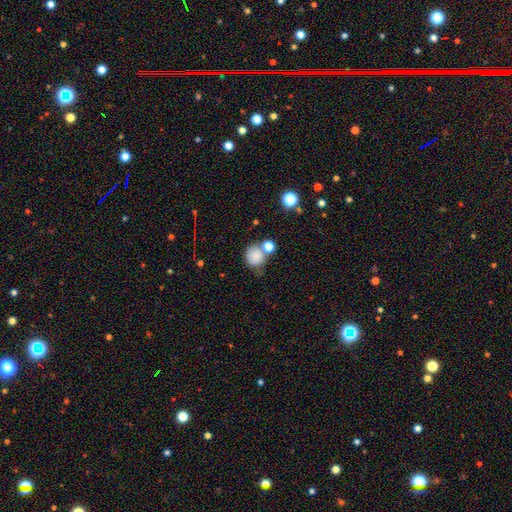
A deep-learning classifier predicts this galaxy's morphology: A smooth galaxy with no disk features (82%) that is round (87%).

Vote fractions:
- Smooth or featured? smooth: 82% / star or artifact: 10% / featured or disk: 7%
- How rounded? round: 87% / in between: 12% / cigar-shaped: 1%
- Merging? none: 56% / merger: 24% / minor disturbance: 14% / major disturbance: 6%